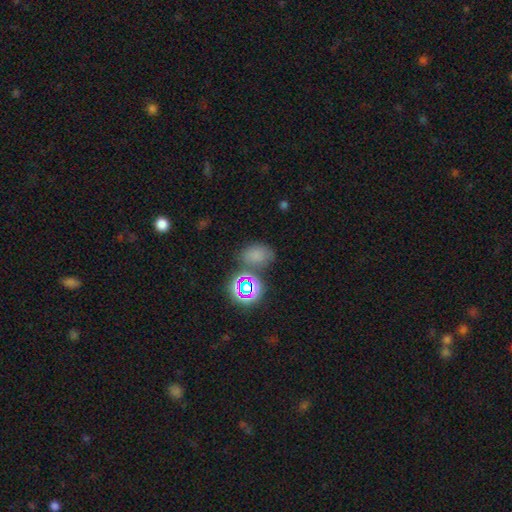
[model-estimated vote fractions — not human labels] Smooth or featured? smooth (65%)
How rounded? in between (71%)
Merging? none (63%)